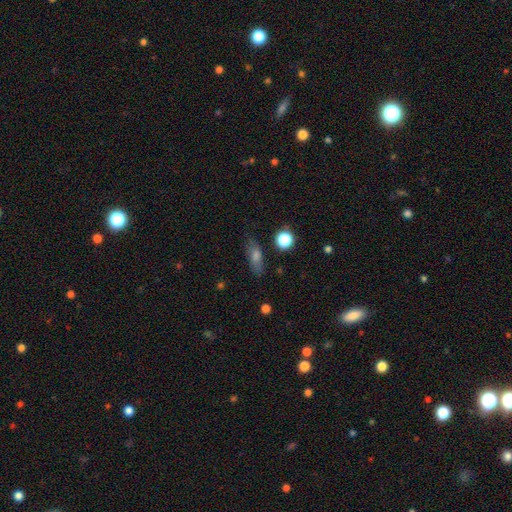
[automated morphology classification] Smooth or featured? Predicted: smooth (p=0.64). How rounded? Predicted: in between (p=0.52). Merging? Predicted: none (p=0.78).